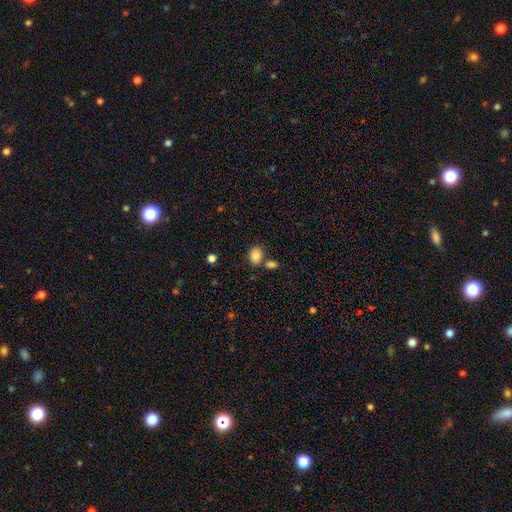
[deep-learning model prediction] smooth 84%, star or artifact 9%, featured or disk 7%. Down the decision tree: how rounded — in between (74%); merging — none (67%).